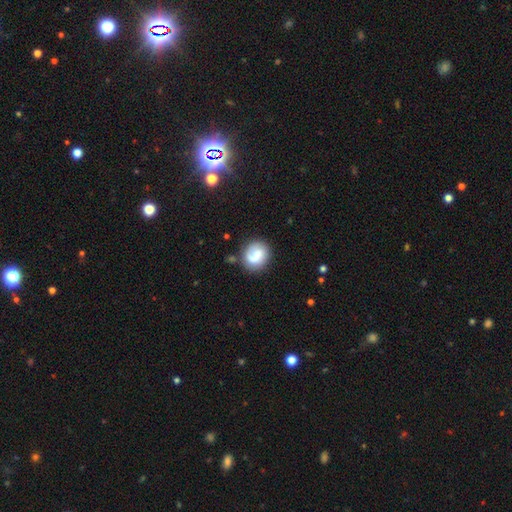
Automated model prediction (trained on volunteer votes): The model was most divided on "smooth or featured": smooth: 58%, featured or disk: 34%, star or artifact: 8%. More confident: how rounded — round (76%); merging — none (69%).